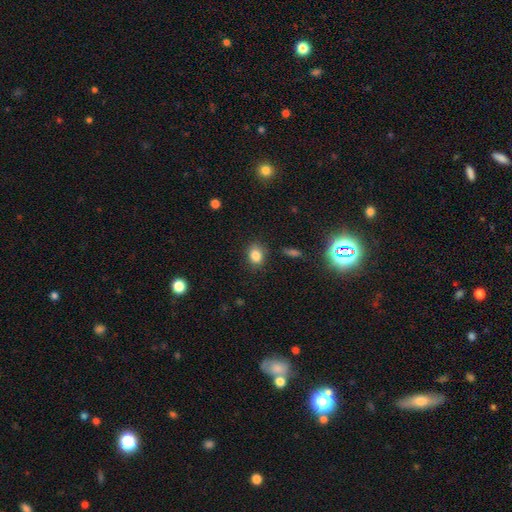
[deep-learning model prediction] The model was most divided on "how rounded": in between: 53%, round: 45%, cigar-shaped: 1%. More confident: smooth or featured — smooth (83%); merging — none (80%).